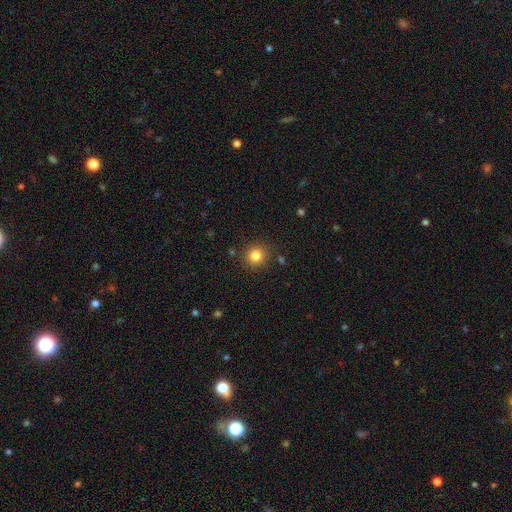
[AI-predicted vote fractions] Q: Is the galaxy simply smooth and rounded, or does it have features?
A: smooth — 82%.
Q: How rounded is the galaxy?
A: round — 92%.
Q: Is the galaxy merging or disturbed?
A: none — 88%.